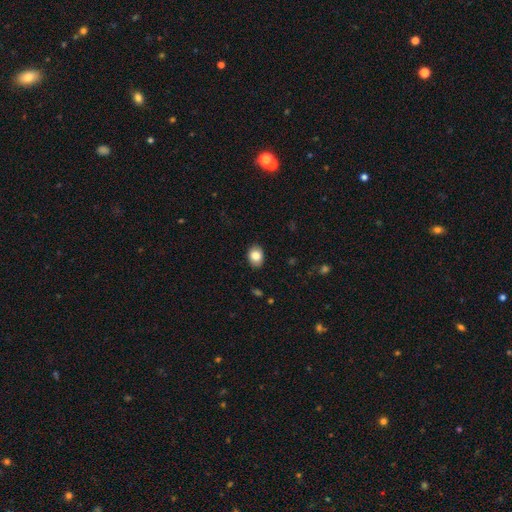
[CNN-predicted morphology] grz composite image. It shows a smooth galaxy with no disk features (85%) that is in between round and cigar-shaped (67%). Merging: none (87%).